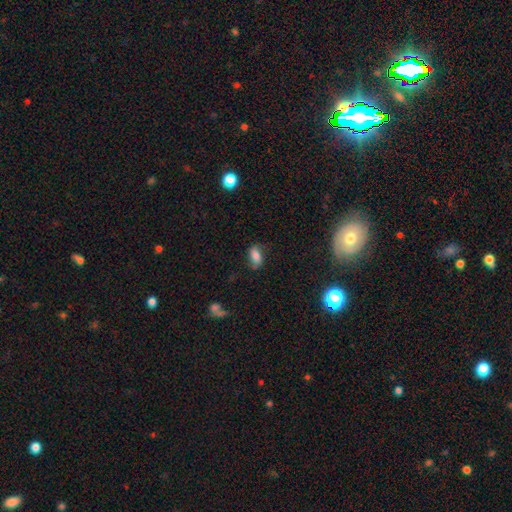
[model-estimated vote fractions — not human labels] A smooth galaxy with no disk features (72%) that is in between round and cigar-shaped (89%).

Vote fractions:
- Smooth or featured? smooth: 72% / featured or disk: 17% / star or artifact: 11%
- How rounded? in between: 89% / round: 7% / cigar-shaped: 4%
- Merging? none: 65% / minor disturbance: 24% / major disturbance: 9% / merger: 2%